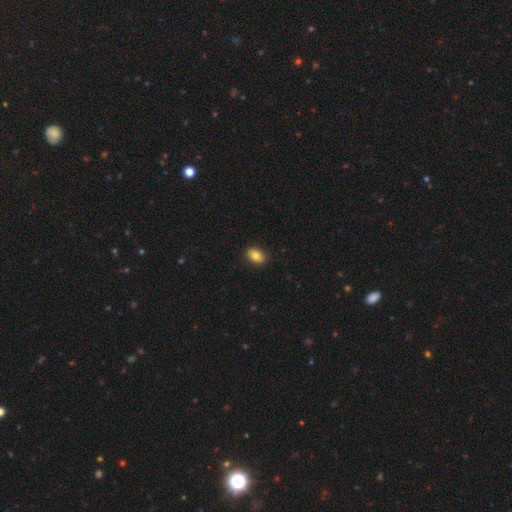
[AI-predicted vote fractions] A smooth galaxy with no disk features (81%) that is in between round and cigar-shaped (80%).

Vote fractions:
- Smooth or featured? smooth: 81% / featured or disk: 11% / star or artifact: 9%
- How rounded? in between: 80% / round: 19% / cigar-shaped: 2%
- Merging? none: 90% / minor disturbance: 8% / major disturbance: 2% / merger: 1%